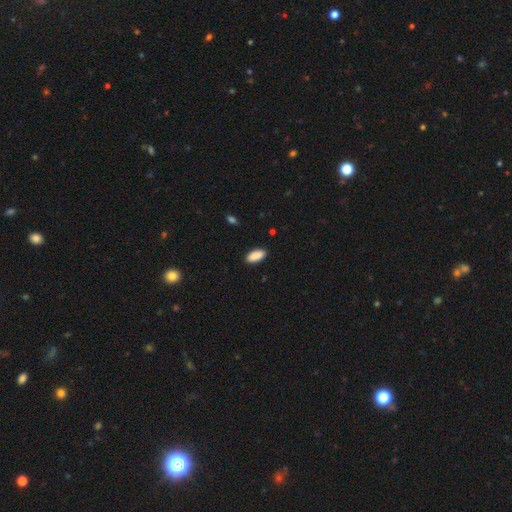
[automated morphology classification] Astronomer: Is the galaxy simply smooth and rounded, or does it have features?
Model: smooth — 91%.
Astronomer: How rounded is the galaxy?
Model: in between — 91%.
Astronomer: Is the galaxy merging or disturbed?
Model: none — 89%.